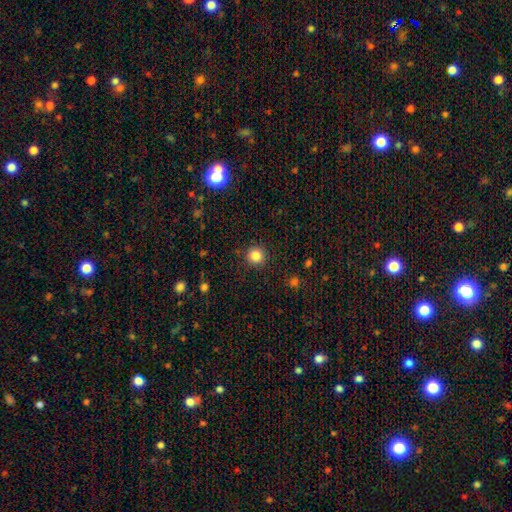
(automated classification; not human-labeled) Smooth or featured: smooth — 85% (star or artifact — 11%)
How rounded: round — 91% (in between — 8%)
Merging: none — 90% (minor disturbance — 7%)